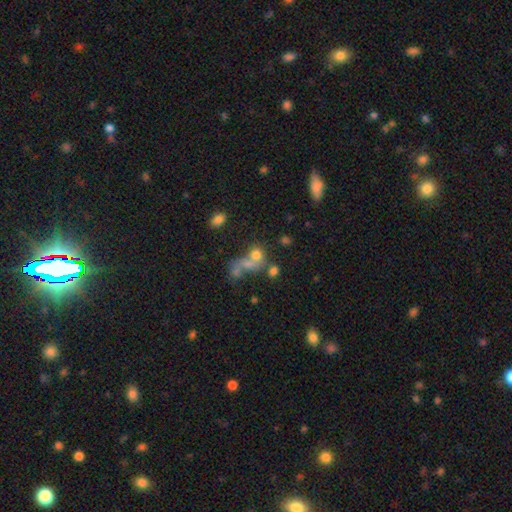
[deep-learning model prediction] smooth_or_featured: smooth (p=0.63) [alt: star or artifact p=0.19]
how_rounded: round (p=0.65) [alt: in between p=0.32]
merging: merger (p=0.44) [alt: none p=0.35]